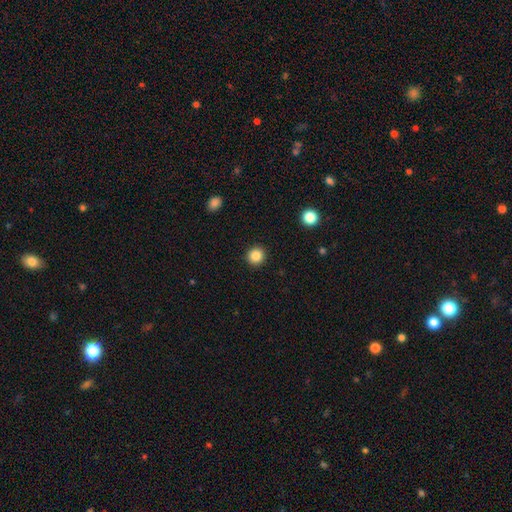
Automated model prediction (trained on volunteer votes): Q: Smooth or featured?
A: smooth (86%); runner-up: star or artifact (10%)
Q: How rounded?
A: round (94%); runner-up: in between (6%)
Q: Merging?
A: none (93%); runner-up: minor disturbance (5%)